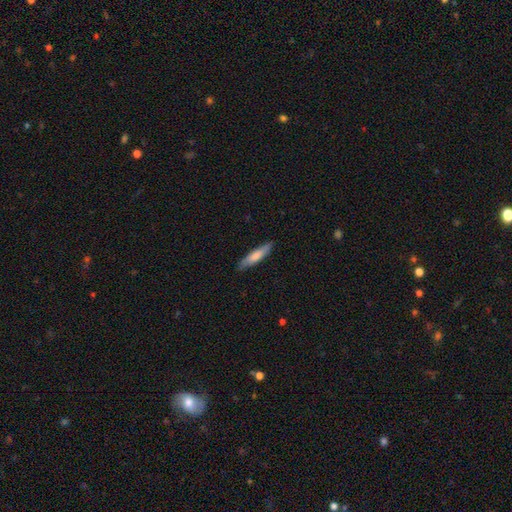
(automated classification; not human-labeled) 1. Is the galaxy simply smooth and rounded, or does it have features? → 74% smooth, 21% featured or disk, 5% star or artifact.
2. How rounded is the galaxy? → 80% cigar-shaped, 18% in between, 1% round.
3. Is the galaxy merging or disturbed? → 86% none, 11% minor disturbance, 2% major disturbance, 1% merger.